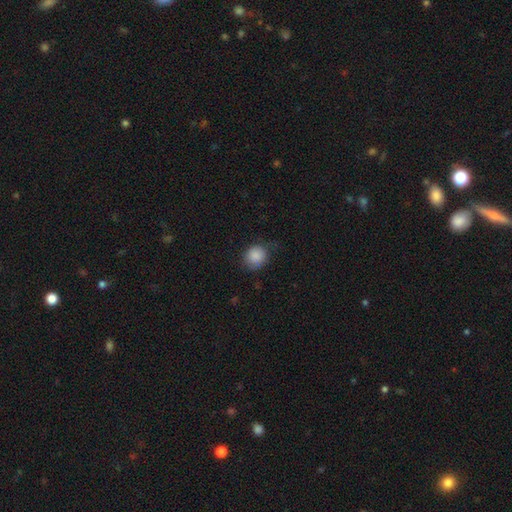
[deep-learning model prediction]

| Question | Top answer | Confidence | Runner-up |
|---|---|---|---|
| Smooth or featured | smooth | 86% | star or artifact (8%) |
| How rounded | round | 78% | in between (21%) |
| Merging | none | 62% | minor disturbance (28%) |